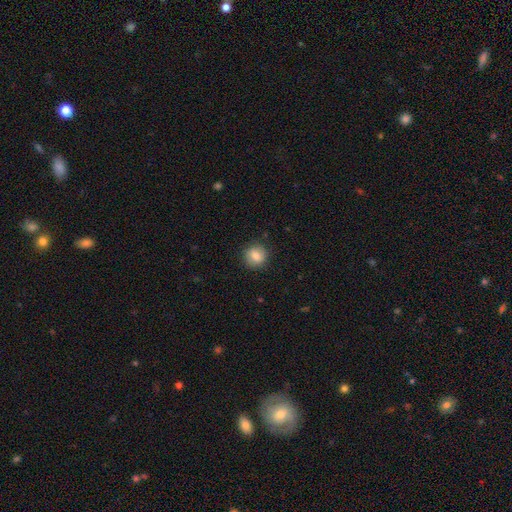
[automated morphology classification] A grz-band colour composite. It shows a smooth galaxy with no disk features (83%) that is round (85%). Merging: none (87%).